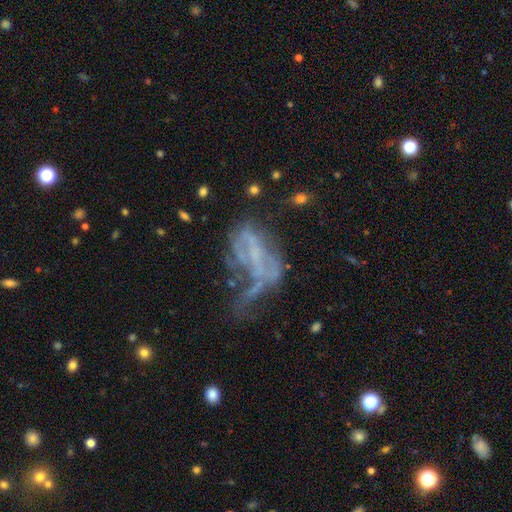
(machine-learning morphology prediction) Overall: featured or disk (61%). Edge-on disk: no (92%). Bar: no (69%). Spiral arms: no (74%). Bulge size: none (71%). Merging: major disturbance (51%; none 19%).